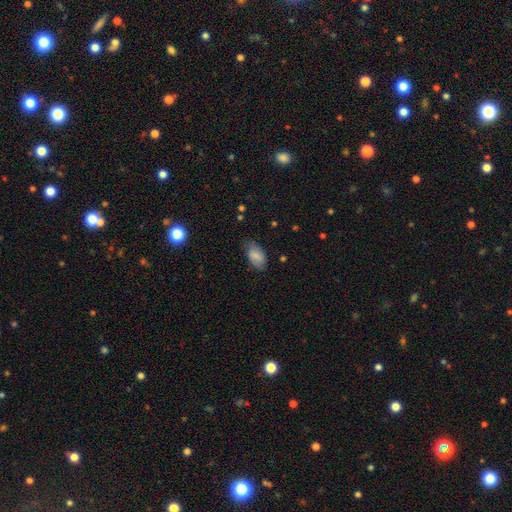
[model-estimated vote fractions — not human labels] Morphology: type=smooth (81%); roundness=in between (93%); merging=none (71%).